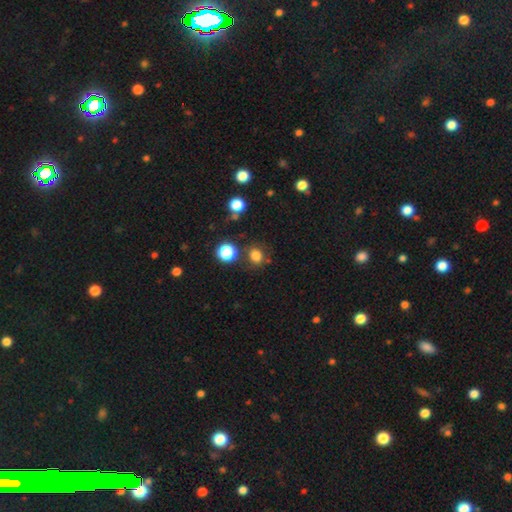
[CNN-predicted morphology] Q: Smooth or featured?
A: smooth (79%); runner-up: star or artifact (16%)
Q: How rounded?
A: round (74%); runner-up: in between (25%)
Q: Merging?
A: none (77%); runner-up: minor disturbance (12%)